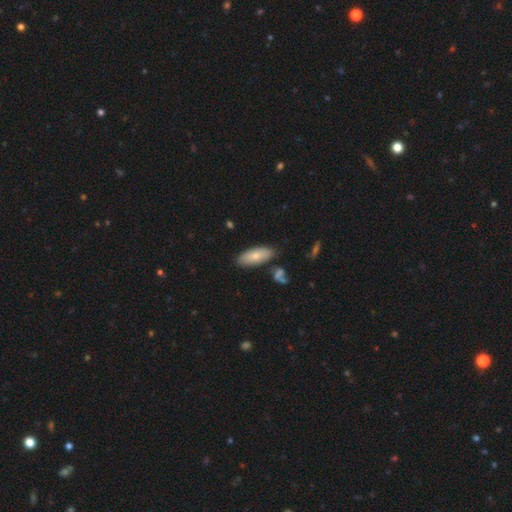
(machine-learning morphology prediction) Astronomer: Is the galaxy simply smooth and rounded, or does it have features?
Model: smooth — 74%.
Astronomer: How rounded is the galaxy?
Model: in between — 83%.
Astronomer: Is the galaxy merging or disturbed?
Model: none — 79%.